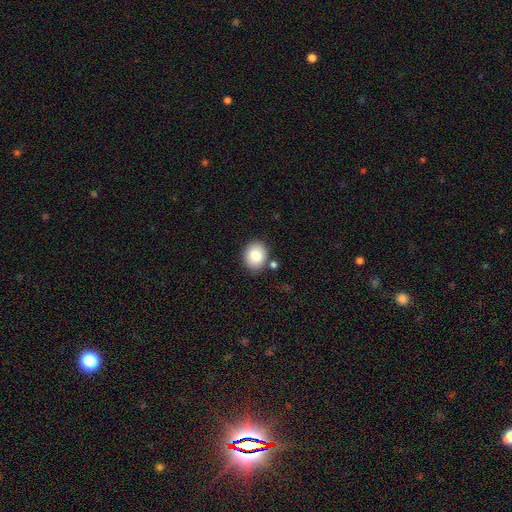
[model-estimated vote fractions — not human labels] Smooth or featured?
  - smooth: 82% *
  - featured or disk: 10%
  - star or artifact: 9%
How rounded?
  - round: 59% *
  - in between: 40%
  - cigar-shaped: 1%
Merging?
  - none: 81% *
  - minor disturbance: 10%
  - merger: 6%
  - major disturbance: 3%